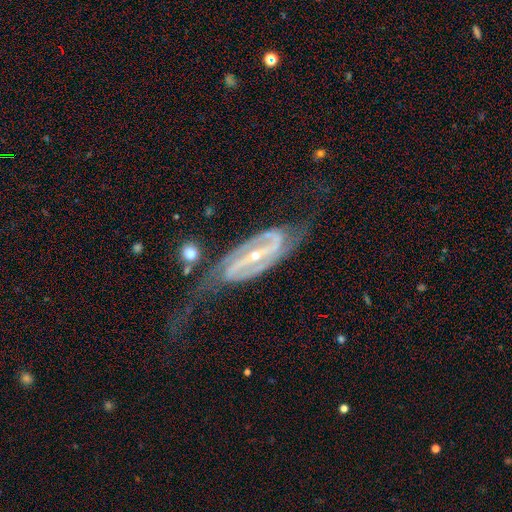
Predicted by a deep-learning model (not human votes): smooth-or-featured: featured or disk: 91% | star or artifact: 5% | smooth: 4%
  disk-edge-on: no: 92% | yes: 8%
    bar: strong: 67% | weak: 22% | no: 11%
    has-spiral-arms: yes: 97% | no: 3%
      spiral-winding: medium: 45% | tight: 32% | loose: 23%
      spiral-arm-count: 2: 91% | can't tell: 3% | 3: 2% | 1: 1% | 4: 1% | more than 4: 1%
    bulge-size: small: 71% | moderate: 26% | none: 1% | large: 1% | dominant: 1%
  merging: none: 55% | minor disturbance: 22% | major disturbance: 19% | merger: 5%